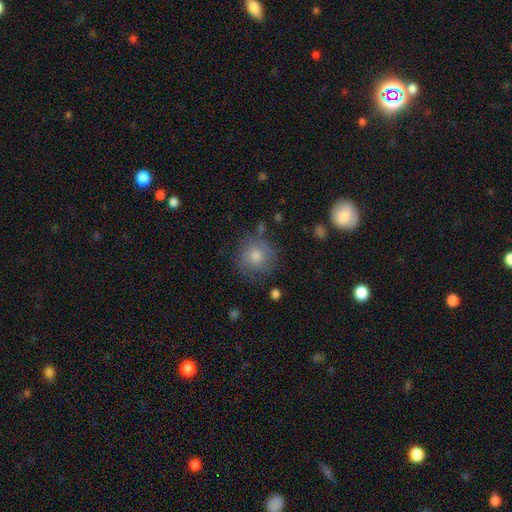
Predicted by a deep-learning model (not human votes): Smooth or featured: smooth — 66% (featured or disk — 21%)
How rounded: round — 92% (in between — 7%)
Merging: none — 77% (minor disturbance — 15%)